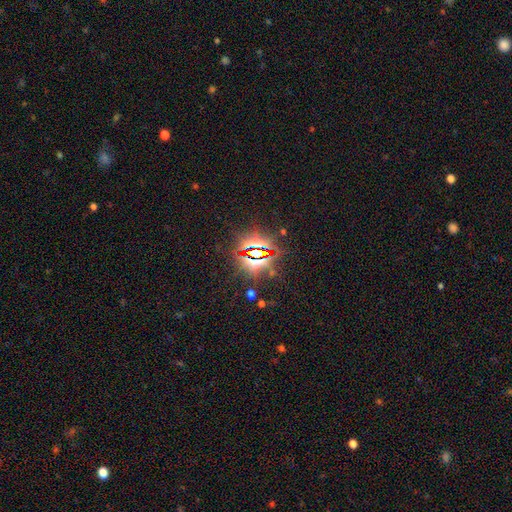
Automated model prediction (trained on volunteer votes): Overall: star or artifact (81%).